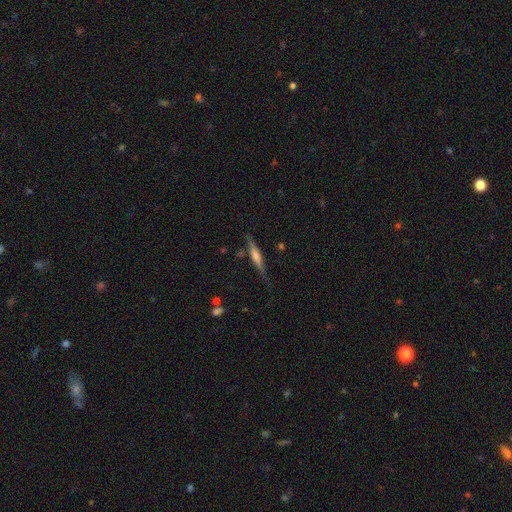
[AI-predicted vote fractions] Q: Smooth or featured?
A: featured or disk (59%); runner-up: smooth (34%)
Q: Edge-on disk?
A: yes (95%); runner-up: no (5%)
Q: Edge-on bulge?
A: rounded (51%); runner-up: boxy (28%)
Q: Merging?
A: none (72%); runner-up: minor disturbance (19%)